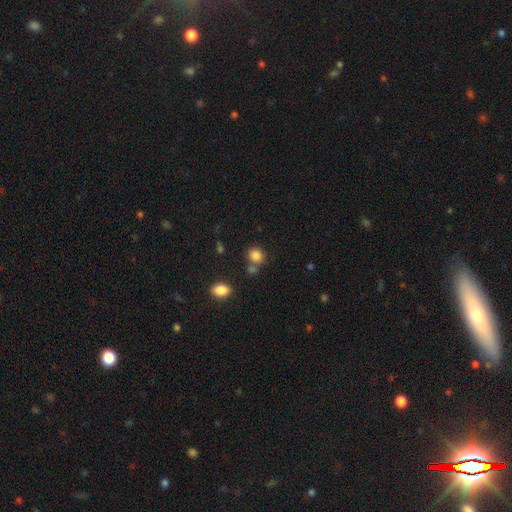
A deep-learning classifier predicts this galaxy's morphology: type=smooth (84%); roundness=round (71%); merging=none (68%).